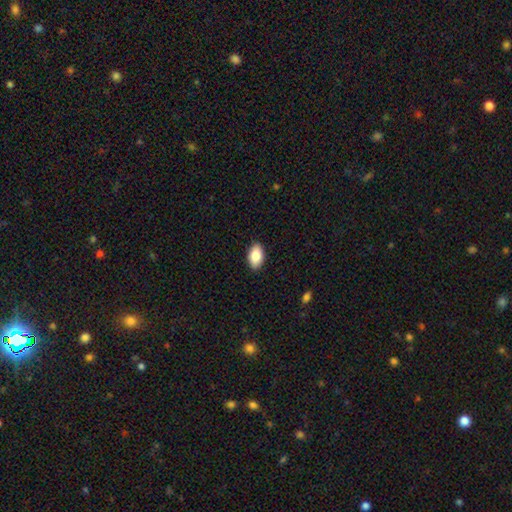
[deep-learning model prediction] A smooth galaxy with no disk features (85%) that is in between round and cigar-shaped (93%). Merging: none (90%).